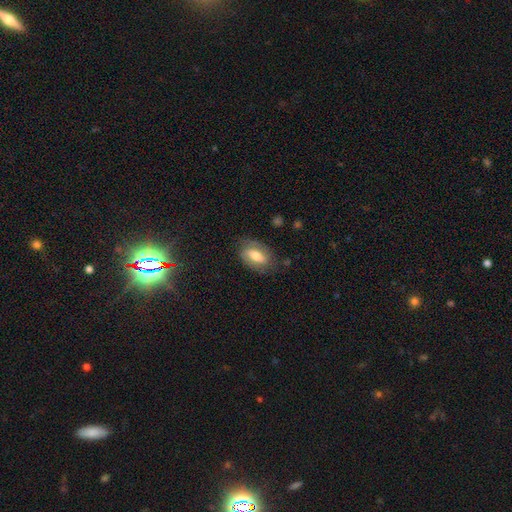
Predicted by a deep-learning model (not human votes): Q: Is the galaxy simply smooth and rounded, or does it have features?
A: featured or disk — 46%, tied with smooth.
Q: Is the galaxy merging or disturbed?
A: none — 72%.